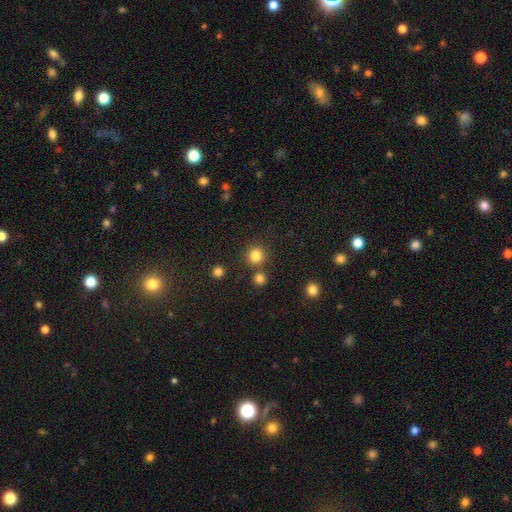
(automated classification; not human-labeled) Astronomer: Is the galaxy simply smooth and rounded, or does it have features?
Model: smooth — 83%.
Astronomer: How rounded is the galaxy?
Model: round — 91%.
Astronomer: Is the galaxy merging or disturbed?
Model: none — 79%.